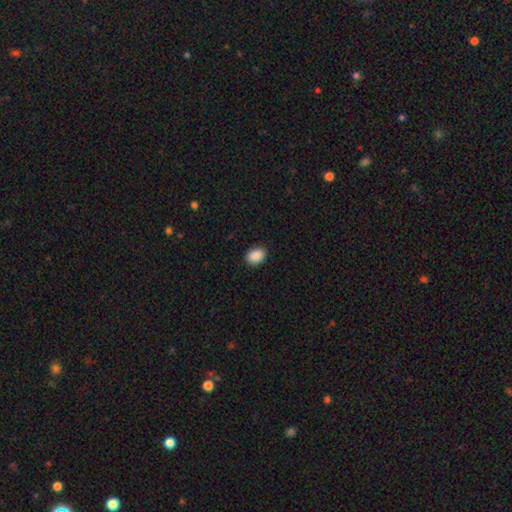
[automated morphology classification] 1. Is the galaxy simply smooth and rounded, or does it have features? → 90% smooth, 8% star or artifact, 2% featured or disk.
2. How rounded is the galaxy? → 77% in between, 22% round, 1% cigar-shaped.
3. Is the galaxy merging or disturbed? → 88% none, 9% minor disturbance, 2% major disturbance, 1% merger.